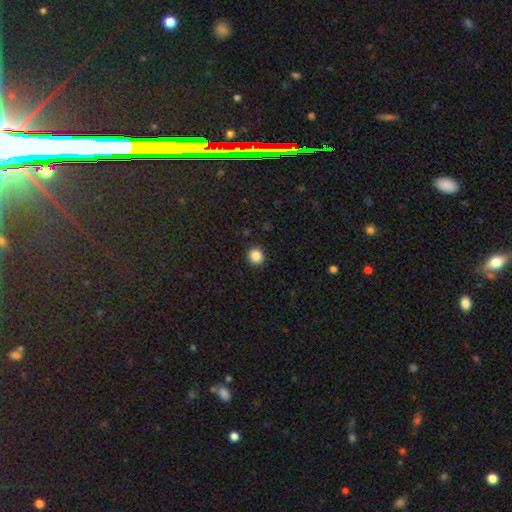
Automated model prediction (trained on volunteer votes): Smooth or featured? smooth (86%)
How rounded? round (90%)
Merging? none (92%)